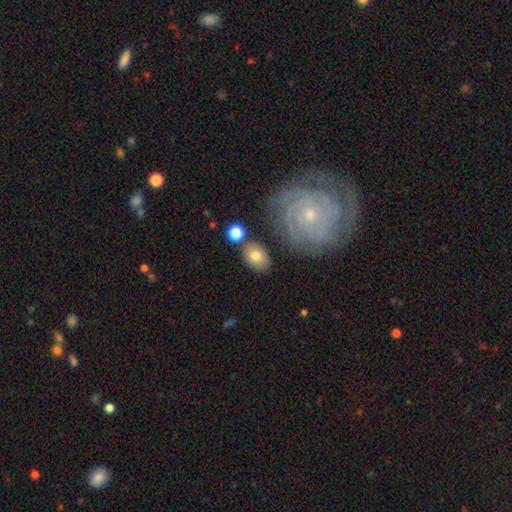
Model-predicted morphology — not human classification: This is likely a smooth galaxy (71%). How rounded: likely in between (76%). Merging: likely none (75%).